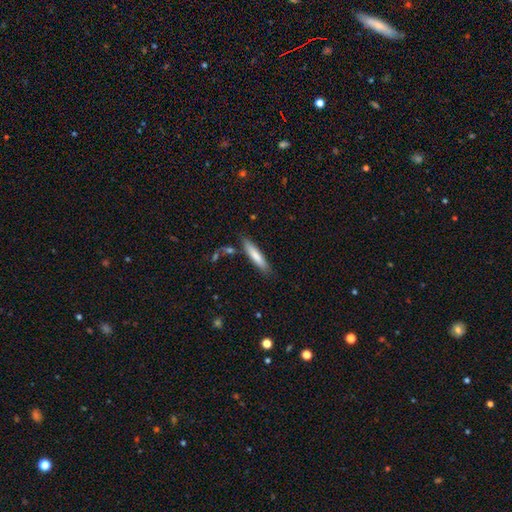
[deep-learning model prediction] Smooth or featured? Predicted: smooth (p=0.78). How rounded? Predicted: cigar-shaped (p=0.83). Merging? Predicted: none (p=0.82).